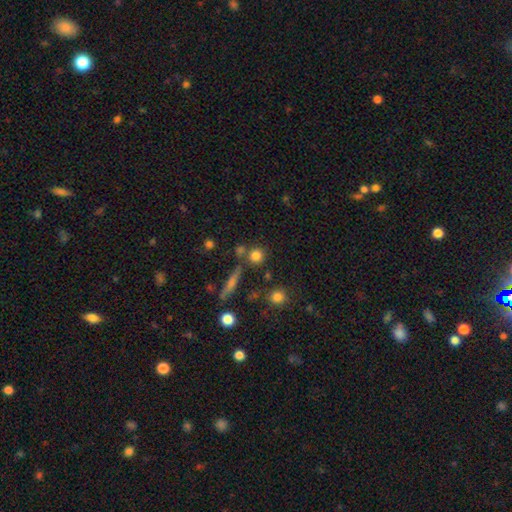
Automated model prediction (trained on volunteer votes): This appears to be a smooth galaxy with no disk features (79%) that is round (89%). Merging: none (72%).